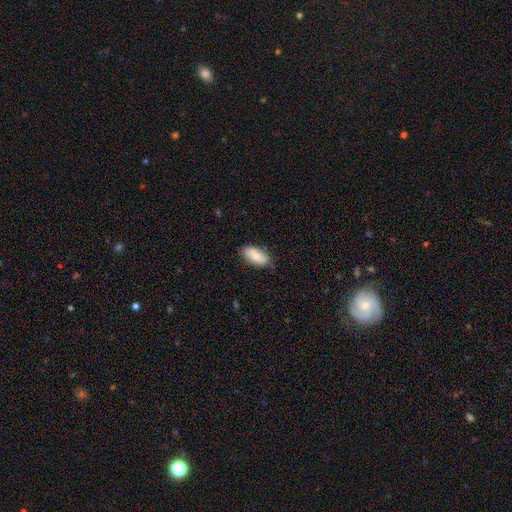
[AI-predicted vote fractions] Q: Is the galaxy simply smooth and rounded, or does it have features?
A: smooth — 76%.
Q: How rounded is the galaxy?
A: in between — 90%.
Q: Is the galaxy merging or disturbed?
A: none — 78%.